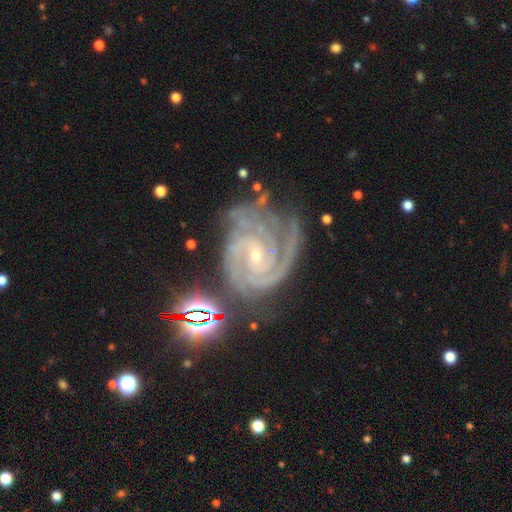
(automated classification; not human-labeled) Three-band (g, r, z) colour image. It shows a featured or disk galaxy (91%) with no bar (47%), 3 (32%) tight (76%) spiral arms (99%) and a small central bulge (77%). Merging: none (61%).